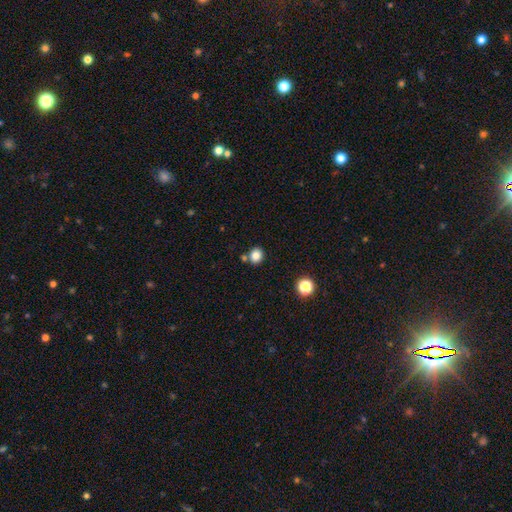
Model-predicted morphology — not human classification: Smooth or featured? smooth (83%)
How rounded? round (70%)
Merging? none (78%)